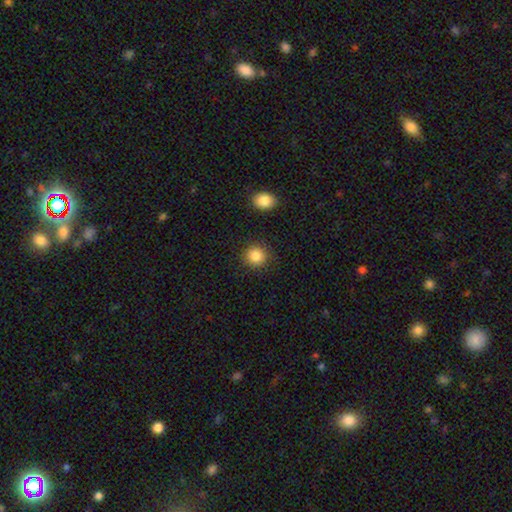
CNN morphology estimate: smooth-or-featured: smooth: 87% | star or artifact: 9% | featured or disk: 4%
  how-rounded: round: 90% | in between: 9% | cigar-shaped: 1%
  merging: none: 88% | minor disturbance: 7% | major disturbance: 3% | merger: 2%